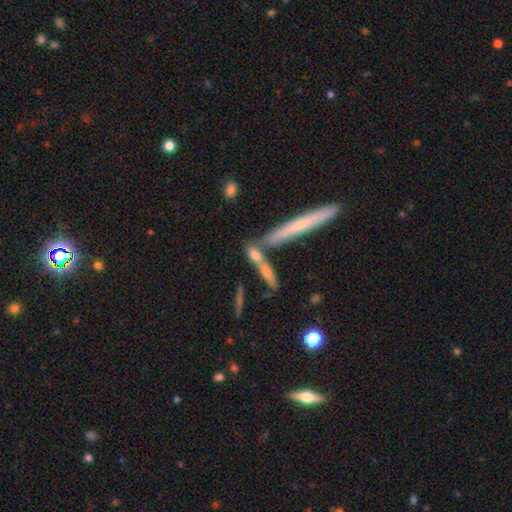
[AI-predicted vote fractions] Overall: smooth (63%; featured or disk 27%). How rounded: cigar-shaped (61%; in between 33%). Merging: none (48%; merger 35%).